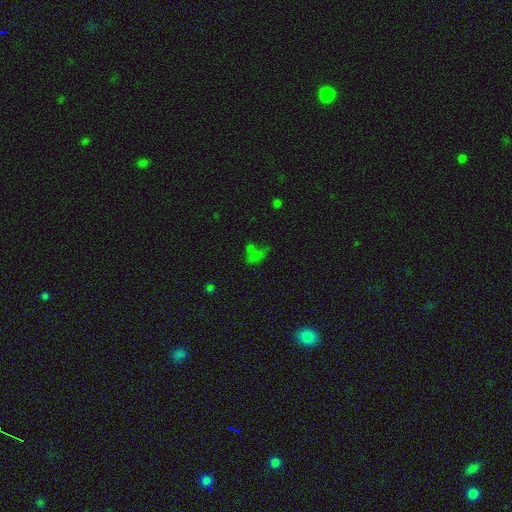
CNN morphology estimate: Smooth or featured?
  - smooth: 51% *
  - star or artifact: 38%
  - featured or disk: 12%
How rounded?
  - in between: 70% *
  - round: 22%
  - cigar-shaped: 8%
Merging?
  - none: 43% *
  - merger: 25%
  - minor disturbance: 17%
  - major disturbance: 15%